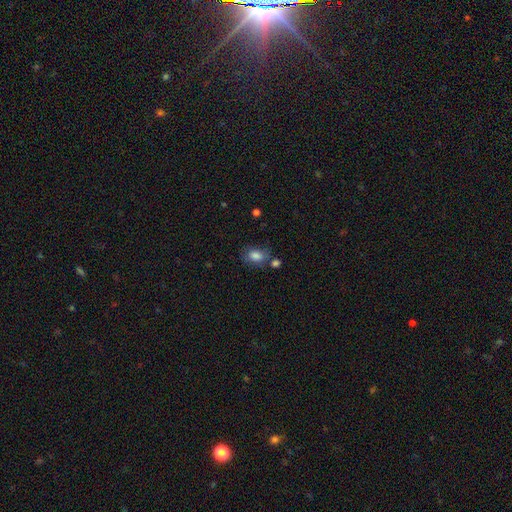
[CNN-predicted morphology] The model was most divided on "merging": none: 59%, minor disturbance: 20%, merger: 13%, major disturbance: 8%. More confident: smooth or featured — smooth (80%); how rounded — in between (80%).